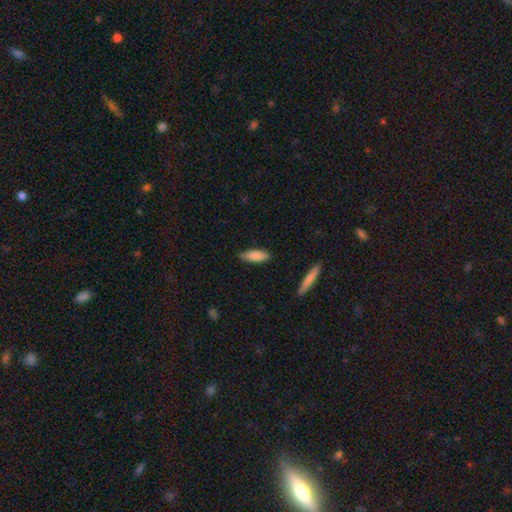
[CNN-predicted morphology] This appears to be a smooth galaxy with no disk features (84%) that is in between round and cigar-shaped (58%). Merging: none (83%).